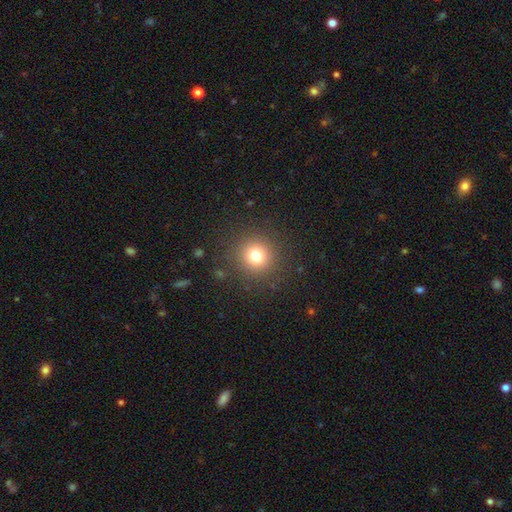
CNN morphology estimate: Overall: smooth (76%). How rounded: round (94%). Merging: none (89%).